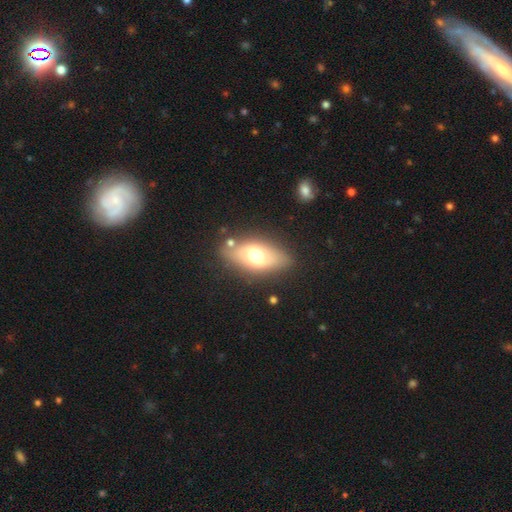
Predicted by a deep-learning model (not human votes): smooth-or-featured: smooth: 55% | featured or disk: 38% | star or artifact: 7%
  how-rounded: in between: 85% | cigar-shaped: 9% | round: 6%
  merging: none: 78% | minor disturbance: 14% | major disturbance: 4% | merger: 4%